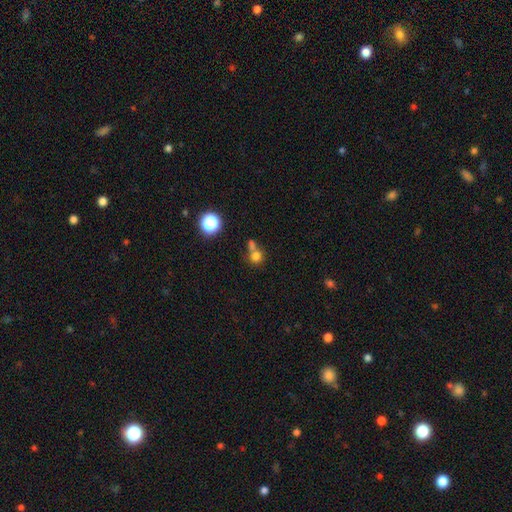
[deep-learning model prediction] Smooth or featured? smooth (71%)
How rounded? round (87%)
Merging? none (49%)